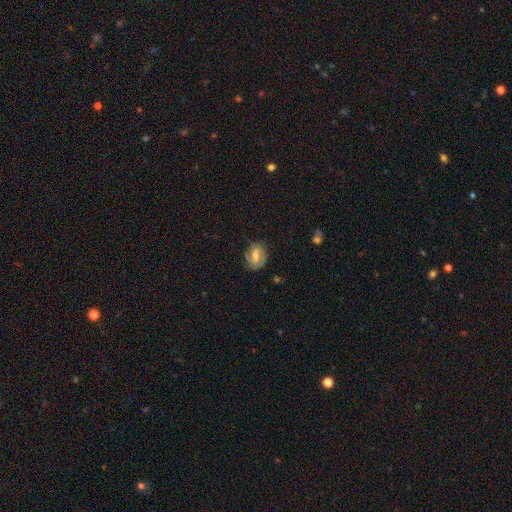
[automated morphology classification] The model was most divided on "smooth or featured": featured or disk: 54%, smooth: 37%, star or artifact: 9%. Remaining: edge-on disk — no (96%); spiral arms — yes (81%); merging — none (73%); bulge size — moderate (49%); bar — weak (48%).